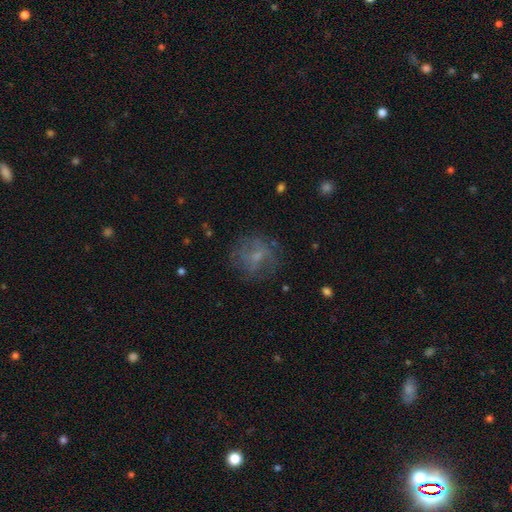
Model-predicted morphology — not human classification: Smooth or featured: smooth — 46% (featured or disk — 40%)
Merging: none — 66% (minor disturbance — 18%)